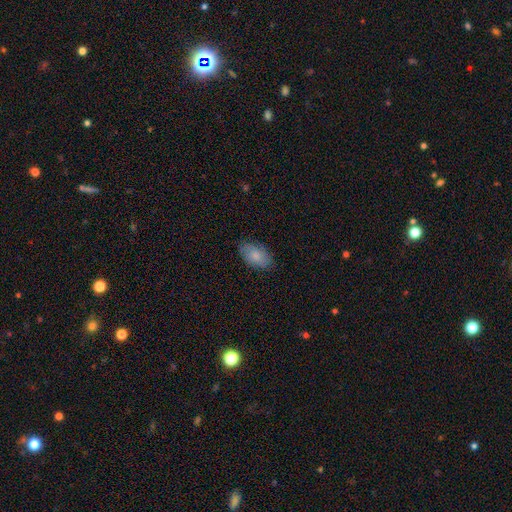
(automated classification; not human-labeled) smooth_or_featured: smooth (p=0.81) [alt: featured or disk p=0.13]
how_rounded: in between (p=0.93) [alt: round p=0.06]
merging: none (p=0.81) [alt: minor disturbance p=0.15]